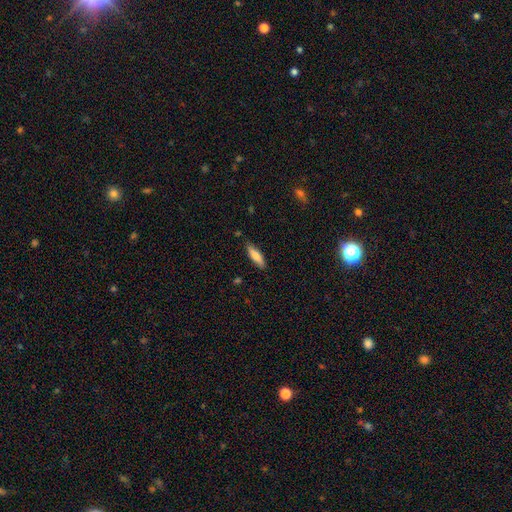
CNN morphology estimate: smooth_or_featured: smooth (p=0.74) [alt: featured or disk p=0.20]
how_rounded: cigar-shaped (p=0.64) [alt: in between p=0.35]
merging: none (p=0.83) [alt: minor disturbance p=0.13]